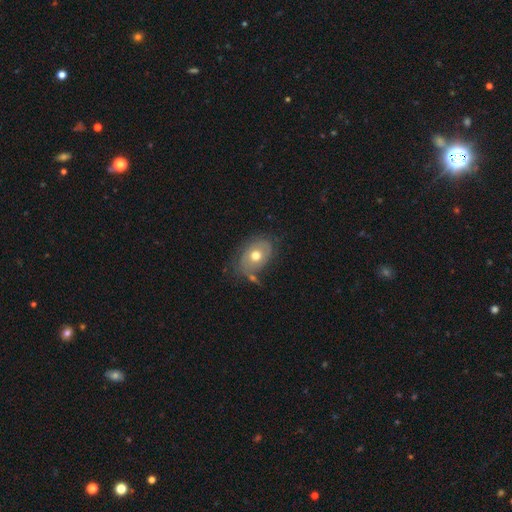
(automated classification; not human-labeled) smooth 52%, featured or disk 40%, star or artifact 8%. Down the decision tree: how rounded — in between (72%); merging — none (59%).